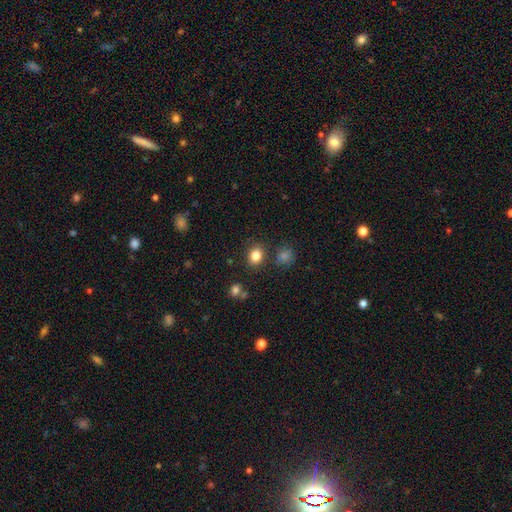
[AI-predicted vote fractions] smooth_or_featured: smooth (p=0.83) [alt: star or artifact p=0.11]
how_rounded: round (p=0.54) [alt: in between p=0.45]
merging: none (p=0.83) [alt: minor disturbance p=0.10]